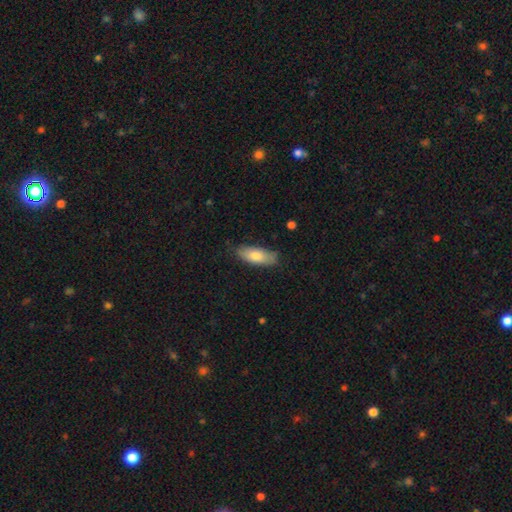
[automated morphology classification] This appears to be a smooth galaxy with no disk features (78%) that is in between round and cigar-shaped (73%). Merging: none (77%).